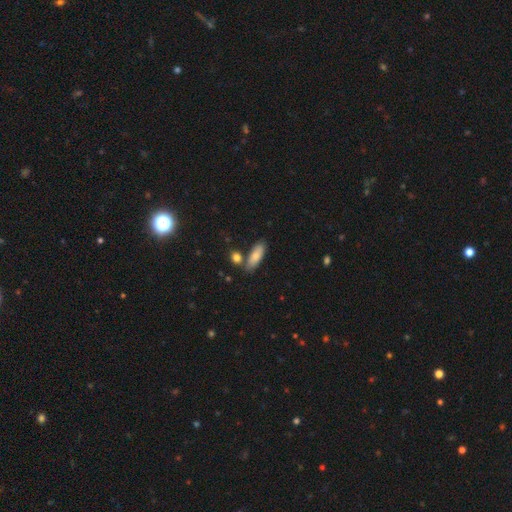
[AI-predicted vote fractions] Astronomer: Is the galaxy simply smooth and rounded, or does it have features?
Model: smooth — 82%.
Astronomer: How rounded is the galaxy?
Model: in between — 64%.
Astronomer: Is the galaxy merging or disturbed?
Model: none — 74%.